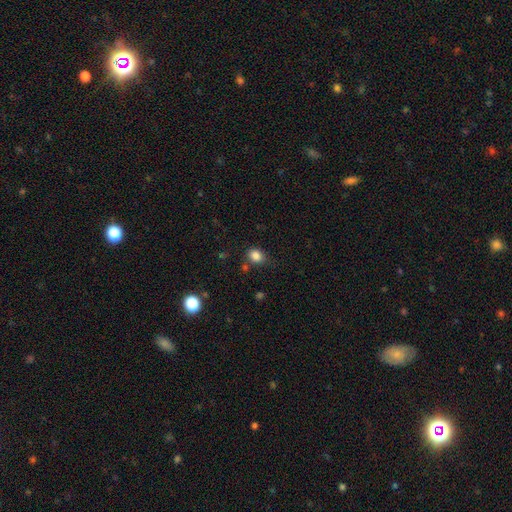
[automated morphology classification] smooth-or-featured: smooth: 84% | star or artifact: 11% | featured or disk: 5%
  how-rounded: in between: 52% | round: 47% | cigar-shaped: 1%
  merging: none: 71% | minor disturbance: 18% | merger: 6% | major disturbance: 5%